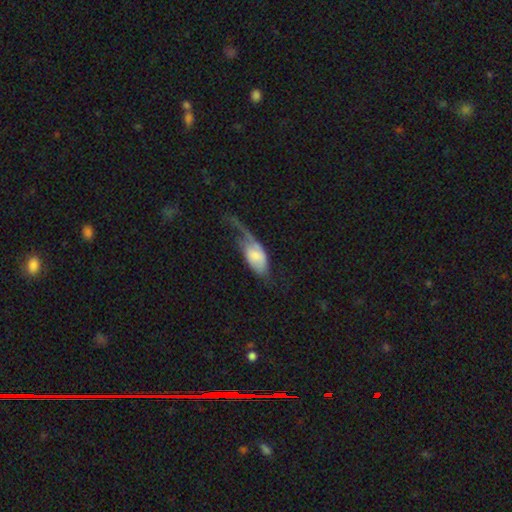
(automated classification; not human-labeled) Overall: smooth (55%; featured or disk 38%). How rounded: in between (90%). Merging: major disturbance (59%; minor disturbance 21%).